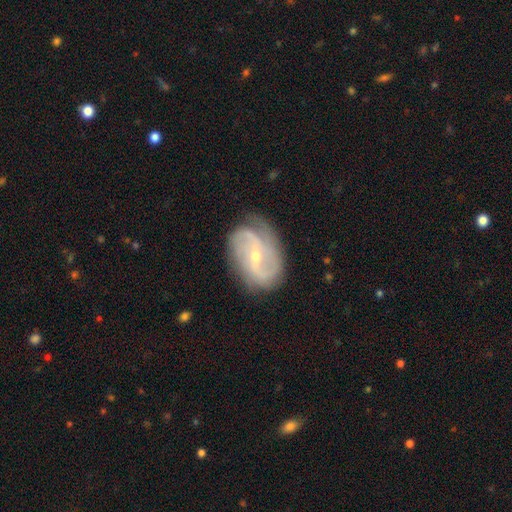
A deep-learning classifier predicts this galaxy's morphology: Smooth or featured: featured or disk — 85% (smooth — 9%)
Edge-on disk: no — 96% (yes — 4%)
Bar: weak — 44% (no — 33%)
Spiral arms: yes — 95% (no — 5%)
Spiral winding: medium — 44% (loose — 31%)
Spiral arm count: 2 — 70% (can't tell — 12%)
Bulge size: small — 63% (moderate — 34%)
Merging: none — 71% (minor disturbance — 20%)